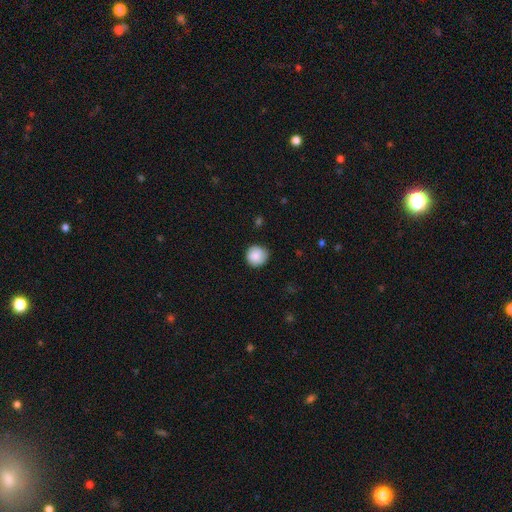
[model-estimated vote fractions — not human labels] smooth-or-featured: smooth: 86% | star or artifact: 7% | featured or disk: 6%
  how-rounded: round: 93% | in between: 6% | cigar-shaped: 1%
  merging: none: 84% | minor disturbance: 13% | major disturbance: 3% | merger: 1%